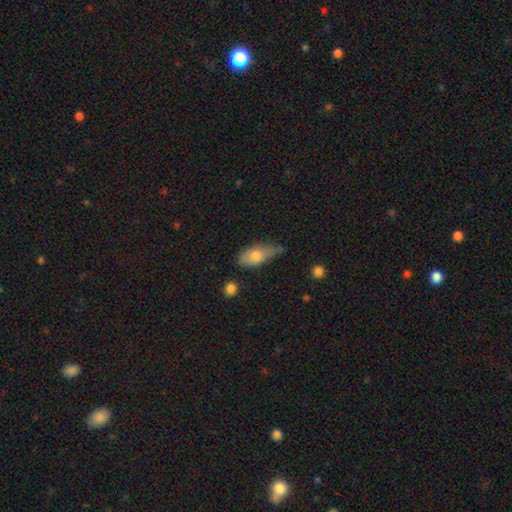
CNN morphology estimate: Smooth or featured? smooth (71%)
How rounded? in between (81%)
Merging? minor disturbance (42%)